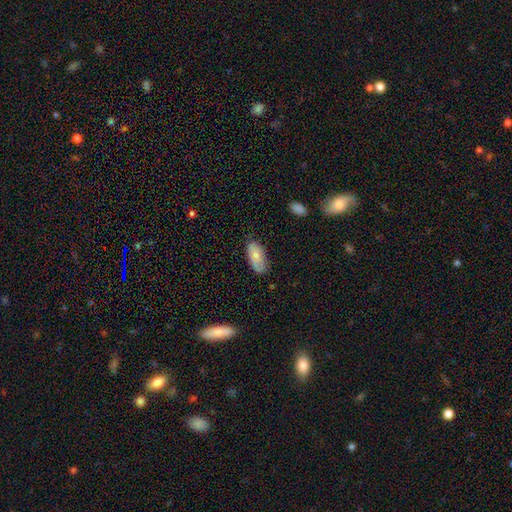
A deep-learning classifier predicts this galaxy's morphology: Smooth or featured: smooth — 74% (featured or disk — 19%)
How rounded: in between — 92% (cigar-shaped — 5%)
Merging: none — 69% (minor disturbance — 25%)